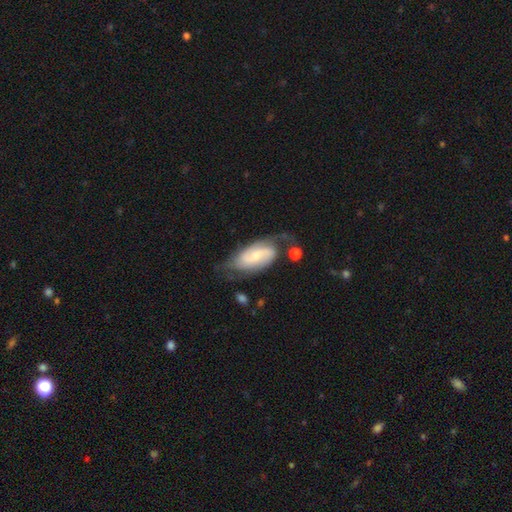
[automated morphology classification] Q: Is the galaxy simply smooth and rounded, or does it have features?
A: featured or disk — 70%.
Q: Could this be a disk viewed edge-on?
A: no — 93%.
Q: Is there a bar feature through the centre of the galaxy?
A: no — 42%, tied with weak.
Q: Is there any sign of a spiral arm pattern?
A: yes — 91%.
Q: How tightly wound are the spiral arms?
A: medium — 42%.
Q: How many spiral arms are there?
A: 2 — 69%.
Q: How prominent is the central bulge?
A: small — 57%.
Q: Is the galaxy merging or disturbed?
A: none — 52%.